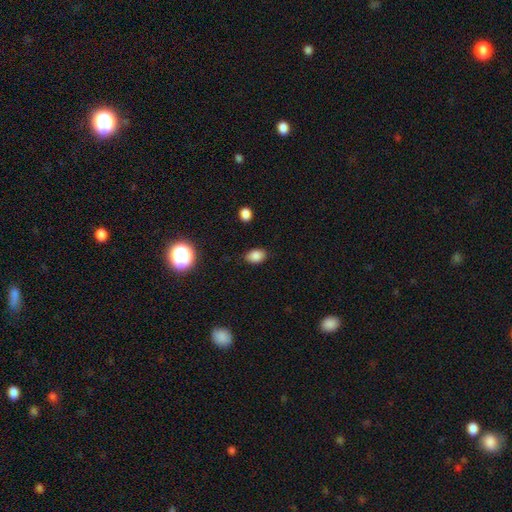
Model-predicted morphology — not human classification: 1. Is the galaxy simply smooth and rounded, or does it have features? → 84% smooth, 11% star or artifact, 5% featured or disk.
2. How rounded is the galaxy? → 81% in between, 17% round, 1% cigar-shaped.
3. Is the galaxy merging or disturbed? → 82% none, 14% minor disturbance, 3% major disturbance, 1% merger.